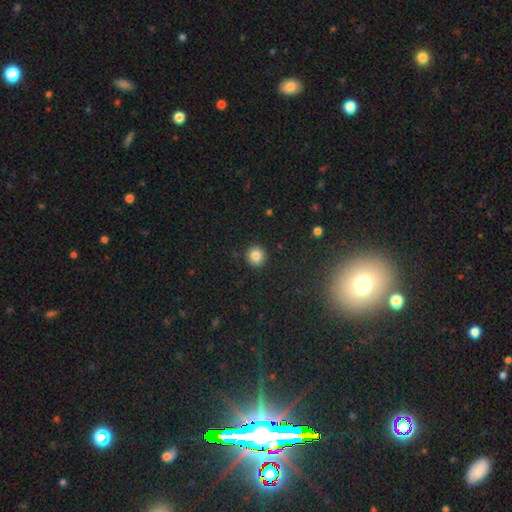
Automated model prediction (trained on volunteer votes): Overall: smooth (85%). How rounded: round (94%). Merging: none (92%).